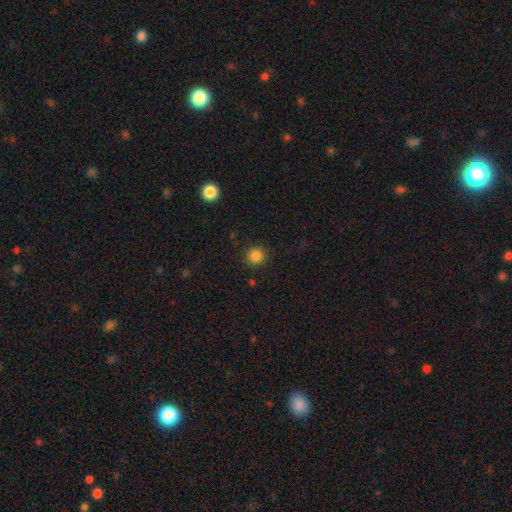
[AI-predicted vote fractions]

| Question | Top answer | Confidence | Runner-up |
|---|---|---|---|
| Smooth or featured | smooth | 85% | star or artifact (11%) |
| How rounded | round | 93% | in between (7%) |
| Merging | none | 90% | minor disturbance (7%) |